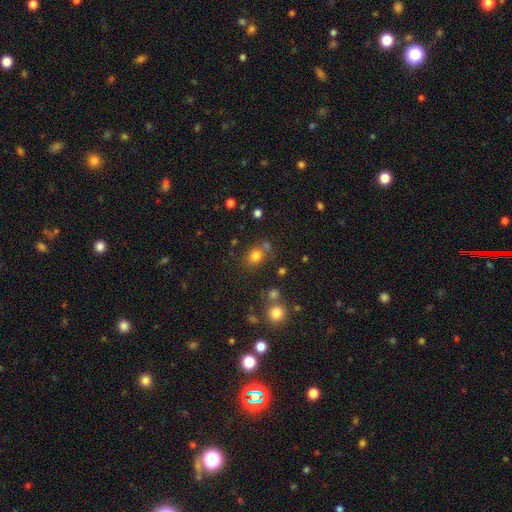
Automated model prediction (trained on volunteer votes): Overall: smooth (77%). How rounded: round (67%; in between 32%). Merging: none (68%).